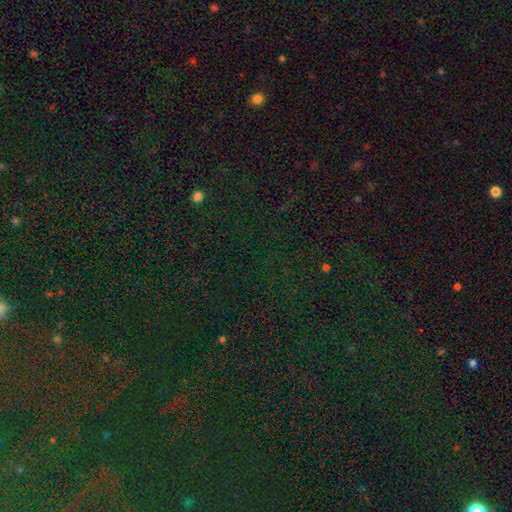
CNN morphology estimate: Smooth or featured: star or artifact — 80% (smooth — 12%)